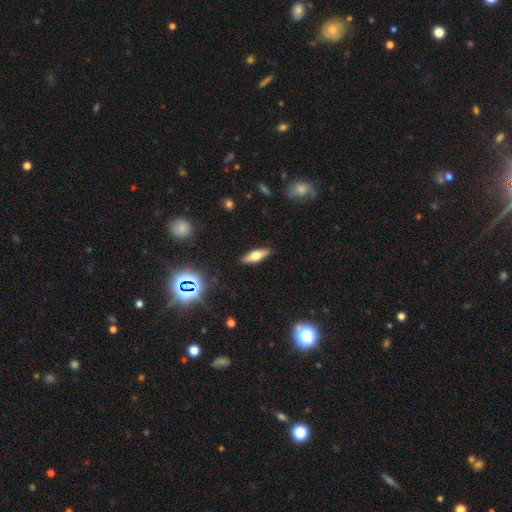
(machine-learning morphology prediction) The model was most divided on "smooth or featured": smooth: 46%, featured or disk: 44%, star or artifact: 9%. More confident: merging — none (89%).